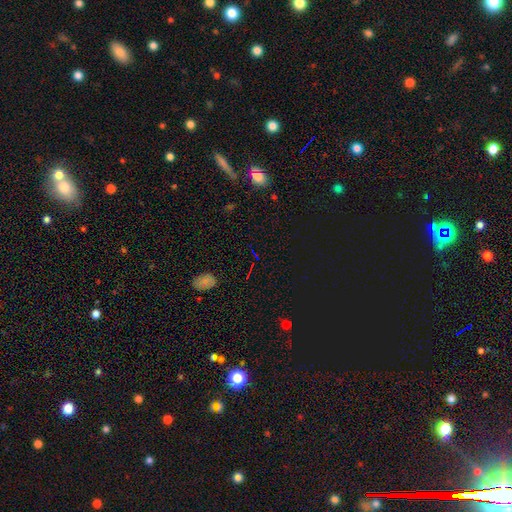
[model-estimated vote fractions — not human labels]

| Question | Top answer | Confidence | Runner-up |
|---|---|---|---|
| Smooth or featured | star or artifact | 68% | smooth (20%) |